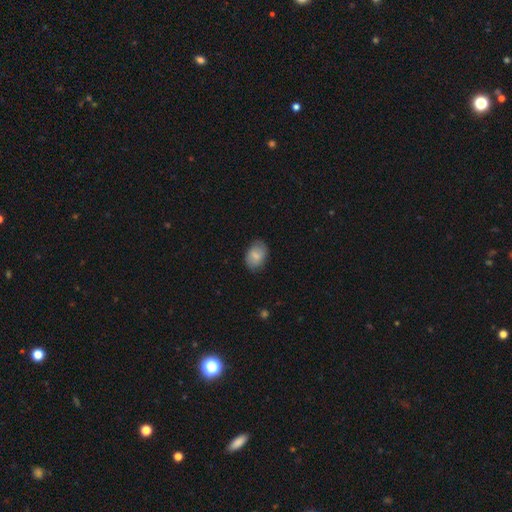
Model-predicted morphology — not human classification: smooth 79%, featured or disk 14%, star or artifact 7%. Down the decision tree: how rounded — in between (79%); merging — none (80%).